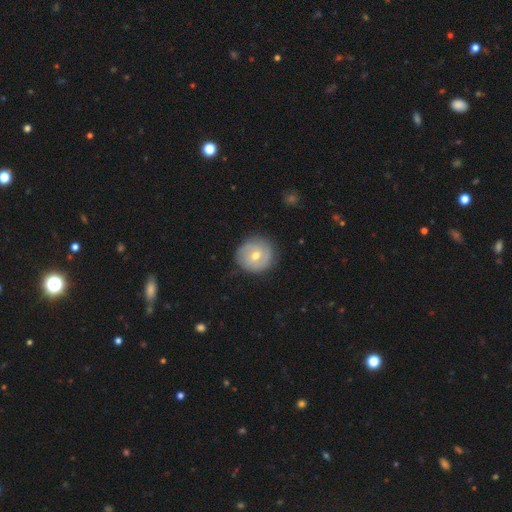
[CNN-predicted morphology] Smooth or featured? smooth (48%)
Merging? none (81%)